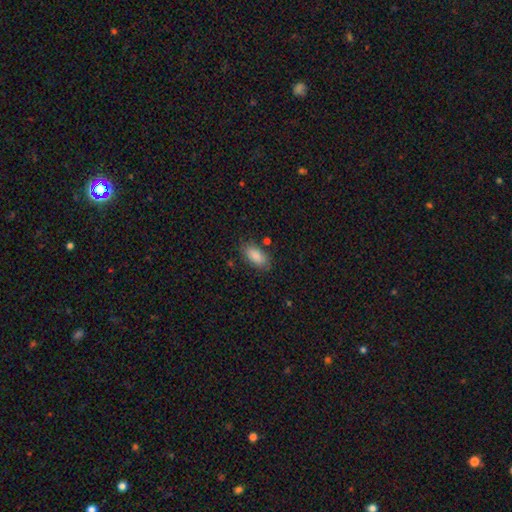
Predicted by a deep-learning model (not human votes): smooth_or_featured: smooth (p=0.88) [alt: star or artifact p=0.07]
how_rounded: in between (p=0.91) [alt: cigar-shaped p=0.06]
merging: none (p=0.79) [alt: minor disturbance p=0.14]